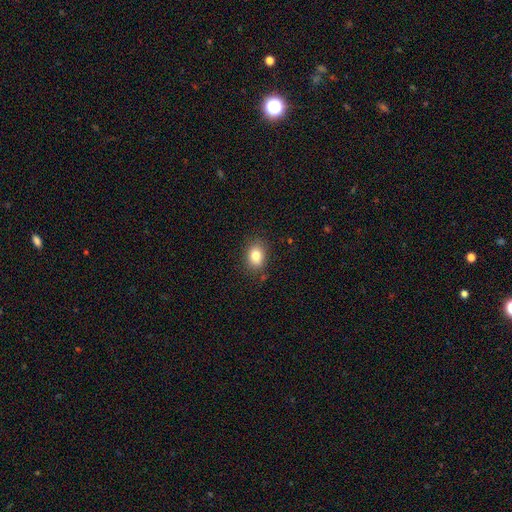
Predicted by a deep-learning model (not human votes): Smooth or featured: smooth — 82% (star or artifact — 10%)
How rounded: in between — 69% (round — 30%)
Merging: none — 82% (minor disturbance — 13%)